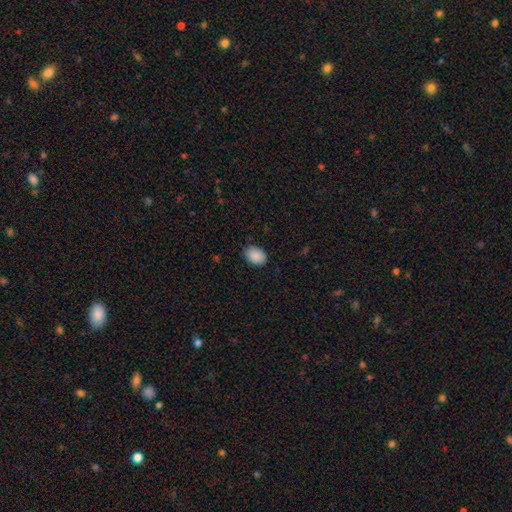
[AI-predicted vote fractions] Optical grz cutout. It shows a smooth galaxy with no disk features (90%) that is in between round and cigar-shaped (81%). Merging: none (86%).